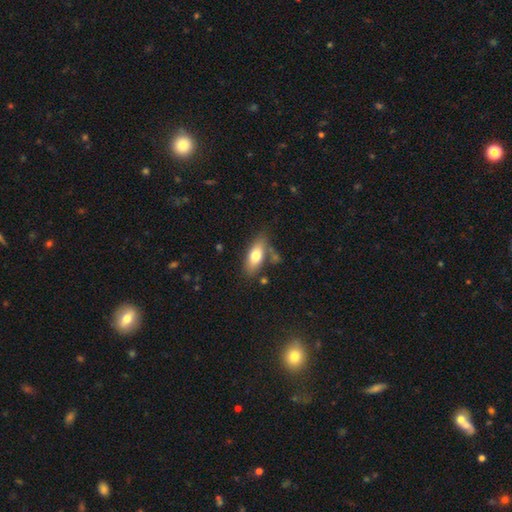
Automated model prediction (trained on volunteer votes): smooth_or_featured: smooth (p=0.73) [alt: featured or disk p=0.21]
how_rounded: in between (p=0.79) [alt: cigar-shaped p=0.17]
merging: none (p=0.69) [alt: minor disturbance p=0.17]